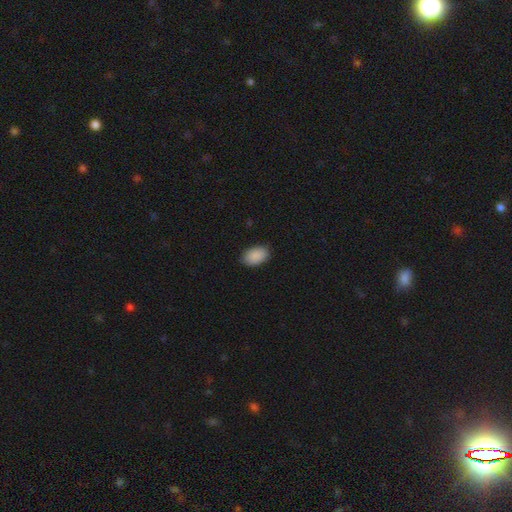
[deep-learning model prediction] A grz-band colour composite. It shows a smooth galaxy with no disk features (90%) that is in between round and cigar-shaped (89%). Merging: none (86%).